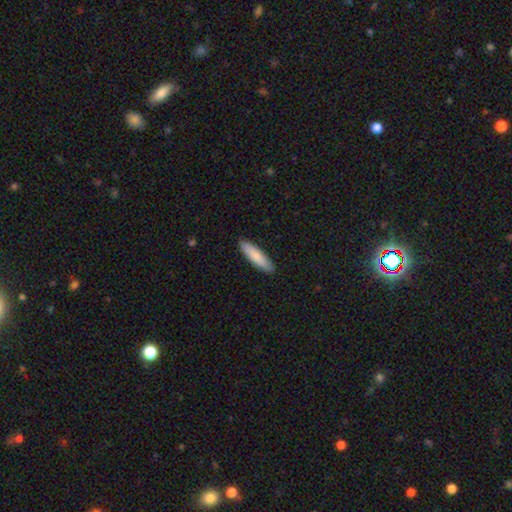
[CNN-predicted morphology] The model was most divided on "how rounded": cigar-shaped: 73%, in between: 25%, round: 1%. More confident: merging — none (90%); smooth or featured — smooth (84%).